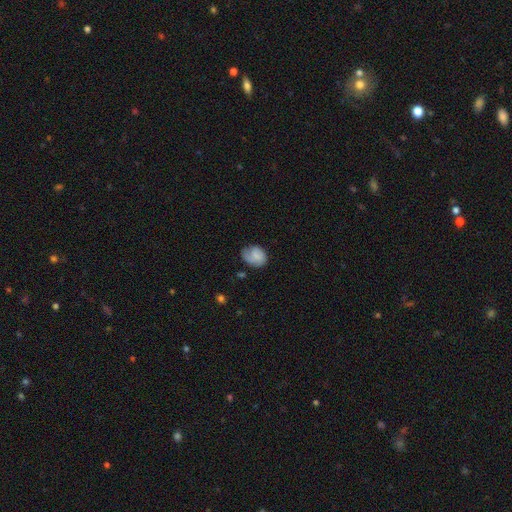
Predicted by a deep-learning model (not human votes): smooth 67%, featured or disk 25%, star or artifact 8%. Down the decision tree: how rounded — in between (57%); merging — none (51%).